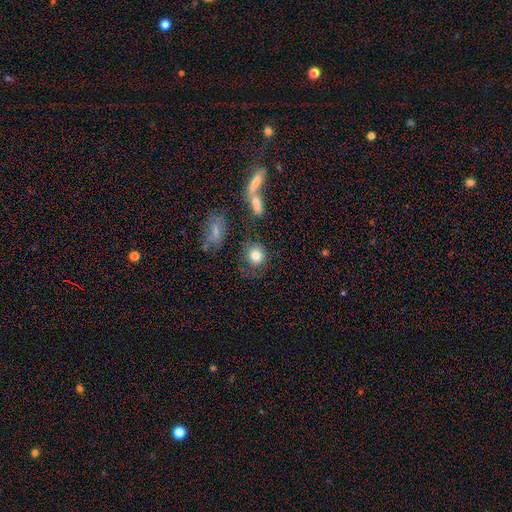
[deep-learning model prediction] A smooth galaxy with no disk features (81%) that is round (74%). Merging: none (64%).